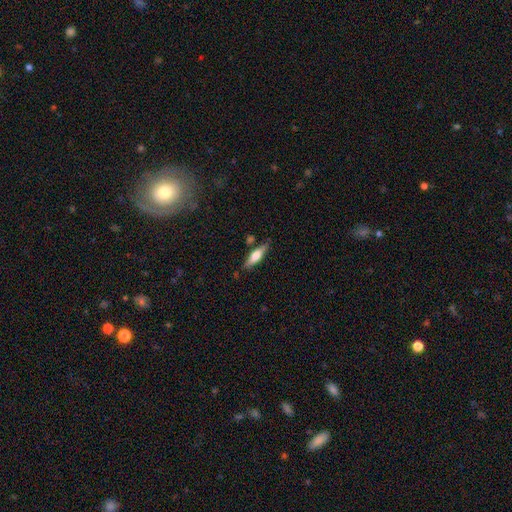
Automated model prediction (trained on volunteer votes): Q: Smooth or featured?
A: smooth (51%); runner-up: featured or disk (43%)
Q: How rounded?
A: cigar-shaped (63%); runner-up: in between (35%)
Q: Merging?
A: none (79%); runner-up: minor disturbance (13%)